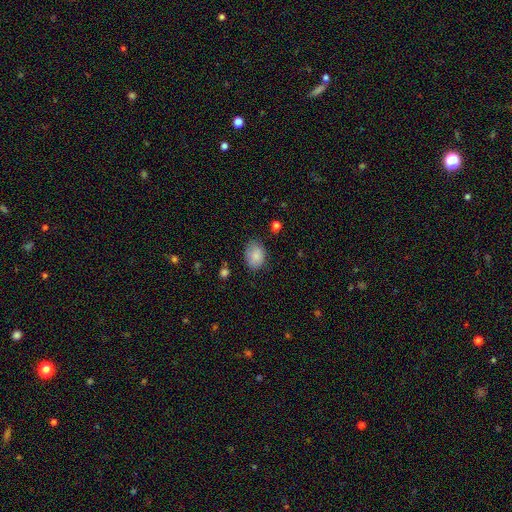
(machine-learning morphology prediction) Smooth or featured? smooth (84%)
How rounded? in between (71%)
Merging? none (72%)